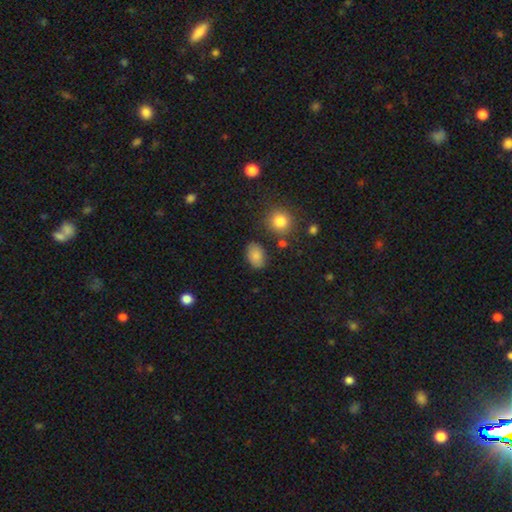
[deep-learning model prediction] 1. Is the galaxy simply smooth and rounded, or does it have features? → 84% smooth, 9% star or artifact, 7% featured or disk.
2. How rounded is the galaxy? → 81% in between, 18% round, 1% cigar-shaped.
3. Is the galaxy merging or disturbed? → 80% none, 13% minor disturbance, 4% merger, 3% major disturbance.